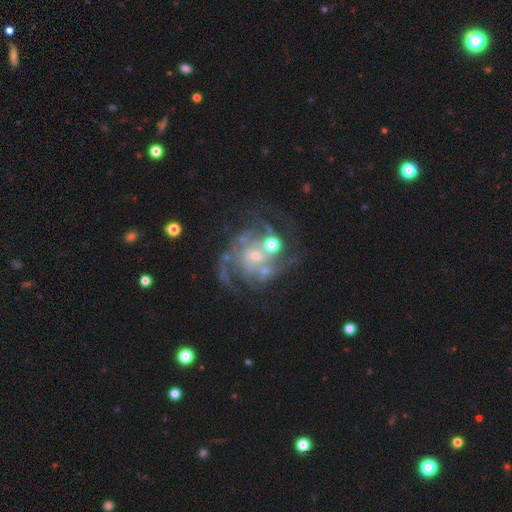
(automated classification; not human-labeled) This is clearly a featured or disk galaxy (85%). It is clearly not viewed edge-on (98%). Bar: likely no (69%). Spiral arm pattern: clearly yes (93%). Spiral arm count: marginally can't tell (26%). Spiral winding: marginally tight (44%). Central bulge: likely small (67%). Merging: possibly none (54%).